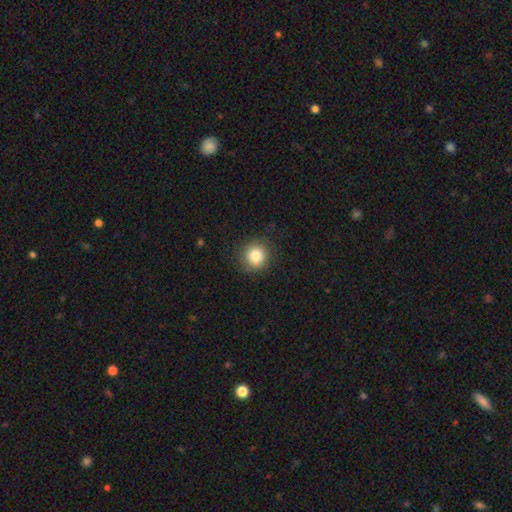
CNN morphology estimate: Q: Smooth or featured?
A: smooth (83%); runner-up: star or artifact (10%)
Q: How rounded?
A: round (90%); runner-up: in between (9%)
Q: Merging?
A: none (87%); runner-up: minor disturbance (9%)